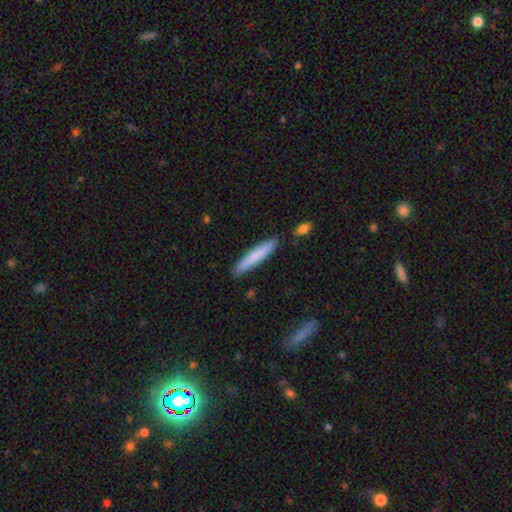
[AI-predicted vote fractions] Smooth or featured: smooth — 79% (featured or disk — 16%)
How rounded: cigar-shaped — 92% (in between — 7%)
Merging: none — 86% (minor disturbance — 10%)